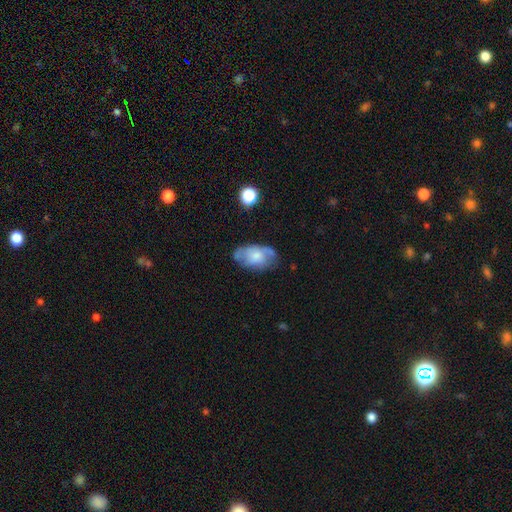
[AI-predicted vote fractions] smooth_or_featured: smooth (p=0.48) [alt: featured or disk p=0.44]
merging: none (p=0.57) [alt: minor disturbance p=0.29]